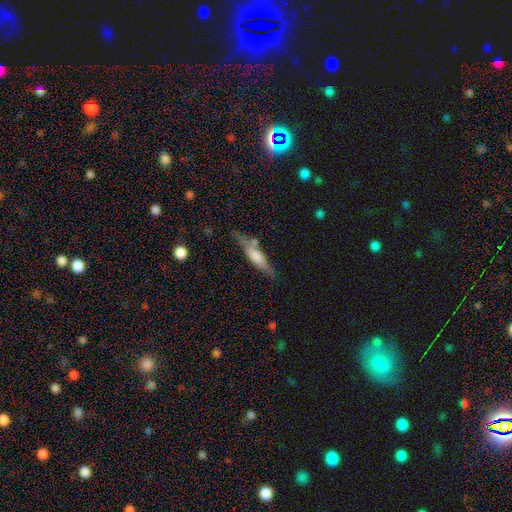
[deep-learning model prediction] featured or disk 48%, smooth 44%, star or artifact 8%. Down the decision tree: merging — none (71%).